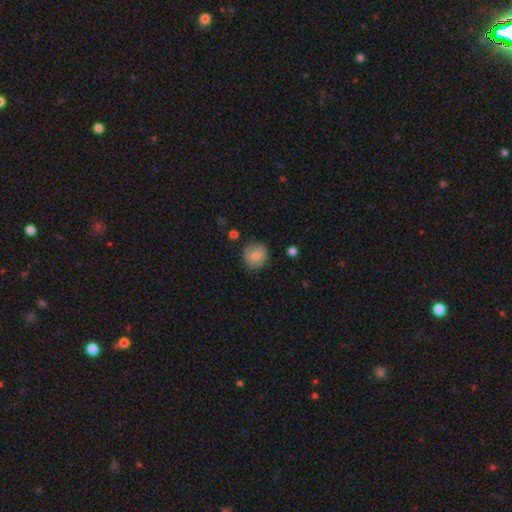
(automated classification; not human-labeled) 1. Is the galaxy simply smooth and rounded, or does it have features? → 66% smooth, 26% featured or disk, 7% star or artifact.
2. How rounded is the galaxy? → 88% round, 11% in between, 1% cigar-shaped.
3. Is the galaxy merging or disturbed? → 78% none, 16% minor disturbance, 4% major disturbance, 2% merger.